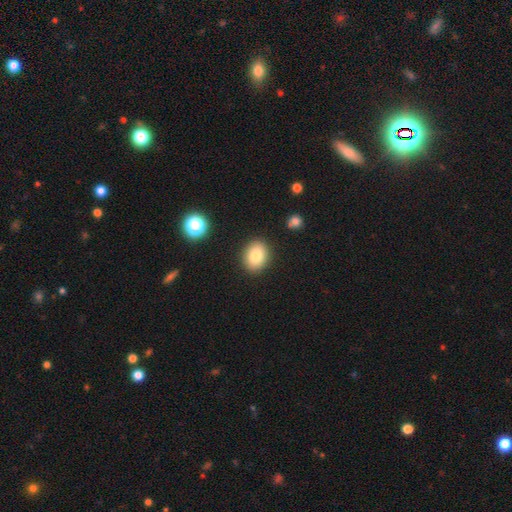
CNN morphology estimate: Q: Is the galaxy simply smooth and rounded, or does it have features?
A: smooth — 83%.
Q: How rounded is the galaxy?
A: in between — 59%.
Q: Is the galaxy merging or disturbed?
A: none — 88%.